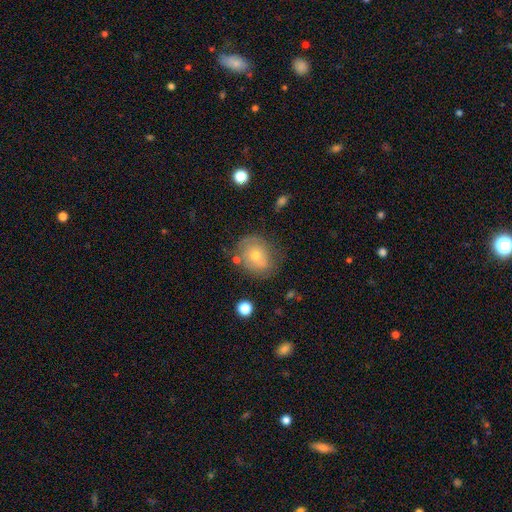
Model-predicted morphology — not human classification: Overall: smooth (59%; featured or disk 32%). How rounded: round (62%; in between 37%). Merging: none (61%; minor disturbance 24%).